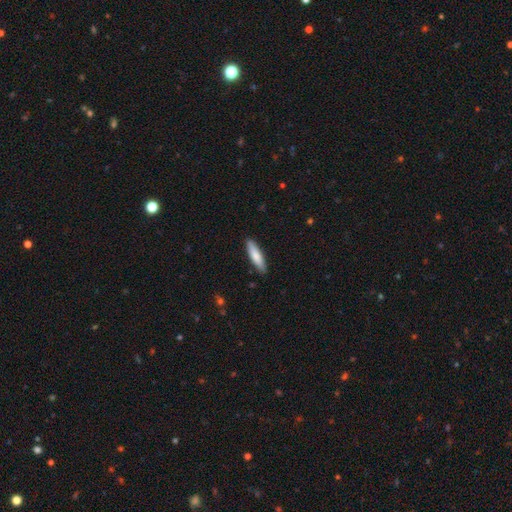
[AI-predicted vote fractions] This is likely a smooth galaxy (78%). How rounded: likely cigar-shaped (75%). Merging: clearly none (88%).